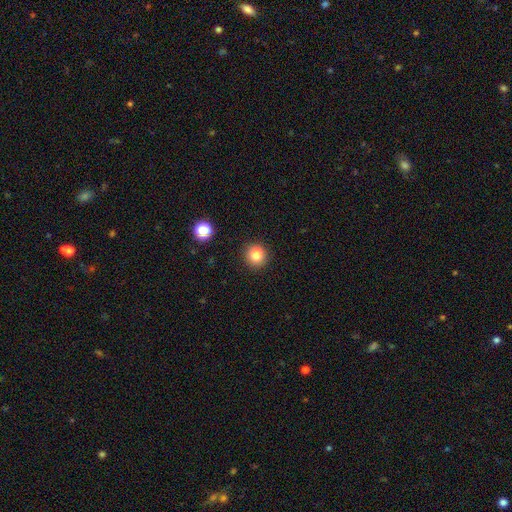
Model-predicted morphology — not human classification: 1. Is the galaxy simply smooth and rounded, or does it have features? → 80% smooth, 13% star or artifact, 7% featured or disk.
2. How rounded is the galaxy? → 85% round, 14% in between, 1% cigar-shaped.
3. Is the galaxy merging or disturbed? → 81% none, 9% minor disturbance, 7% merger, 3% major disturbance.